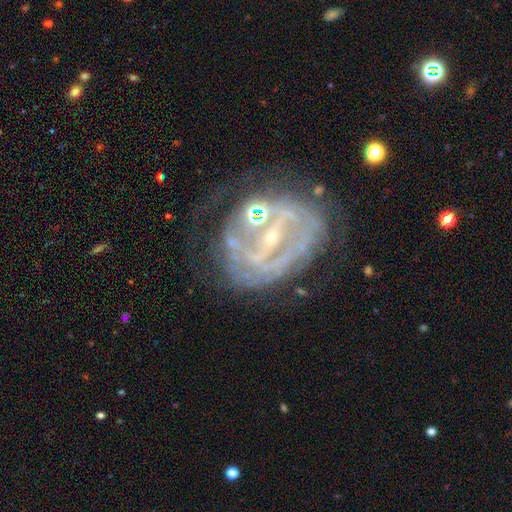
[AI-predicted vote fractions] Q: Smooth or featured?
A: featured or disk (73%); runner-up: star or artifact (15%)
Q: Edge-on disk?
A: no (96%); runner-up: yes (4%)
Q: Bar?
A: no (35%); runner-up: weak (34%)
Q: Spiral arms?
A: yes (55%); runner-up: no (45%)
Q: Bulge size?
A: small (64%); runner-up: moderate (21%)
Q: Merging?
A: none (45%); runner-up: major disturbance (22%)